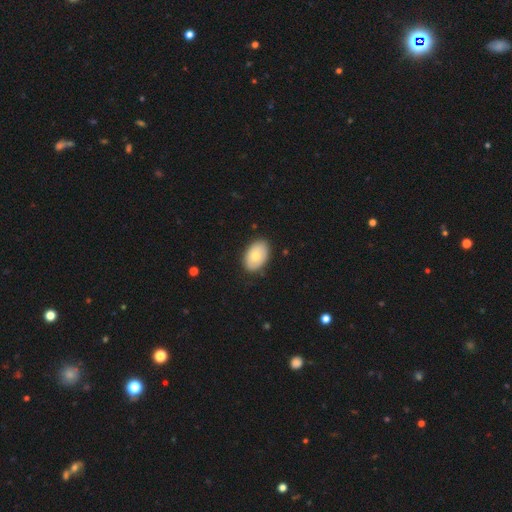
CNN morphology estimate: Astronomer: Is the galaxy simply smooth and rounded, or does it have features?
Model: smooth — 70%.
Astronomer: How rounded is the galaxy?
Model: in between — 91%.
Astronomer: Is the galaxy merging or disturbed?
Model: none — 85%.